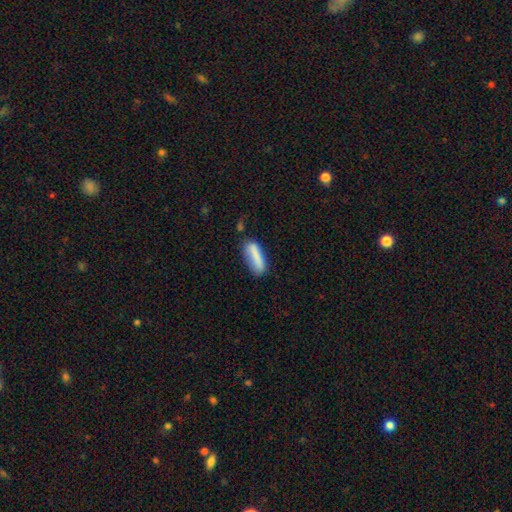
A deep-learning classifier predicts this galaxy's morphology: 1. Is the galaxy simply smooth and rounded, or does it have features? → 82% smooth, 11% featured or disk, 7% star or artifact.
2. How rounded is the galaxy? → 60% cigar-shaped, 38% in between, 2% round.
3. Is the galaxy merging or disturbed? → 68% none, 21% minor disturbance, 6% major disturbance, 5% merger.